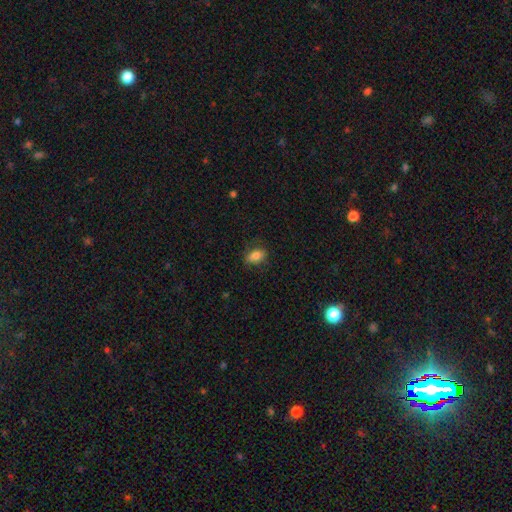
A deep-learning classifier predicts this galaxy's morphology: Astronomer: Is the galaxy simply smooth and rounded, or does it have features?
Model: smooth — 82%.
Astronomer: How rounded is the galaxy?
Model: in between — 83%.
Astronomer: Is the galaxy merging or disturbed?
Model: none — 78%.